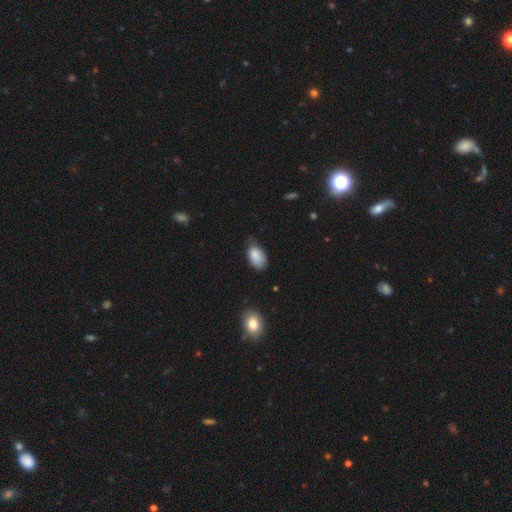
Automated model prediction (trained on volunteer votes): smooth 86%, star or artifact 7%, featured or disk 7%. Down the decision tree: how rounded — in between (93%); merging — none (53%).